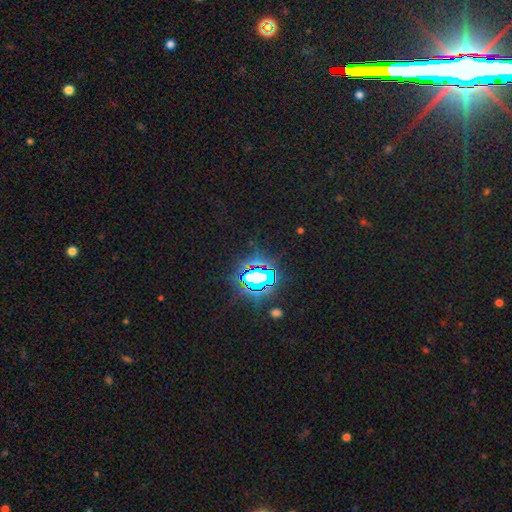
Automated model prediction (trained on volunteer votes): Morphology: type=star or artifact (79%).